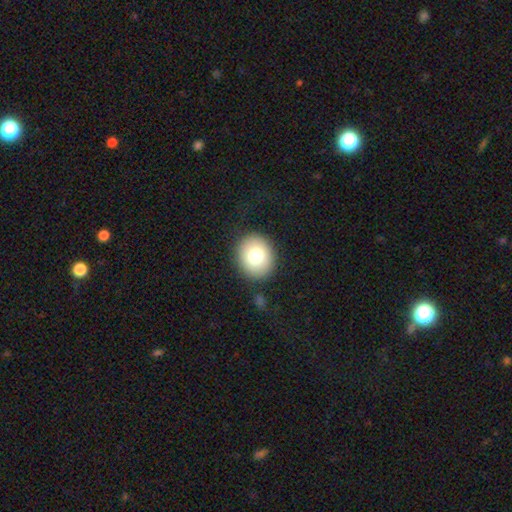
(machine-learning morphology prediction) This appears to be a smooth galaxy with no disk features (79%) that is round (75%). Merging: none (88%).